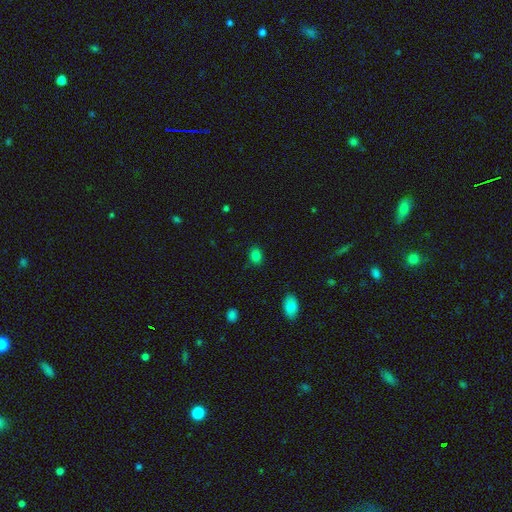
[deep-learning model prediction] A smooth galaxy with no disk features (83%) that is in between round and cigar-shaped (71%). Merging: none (84%).